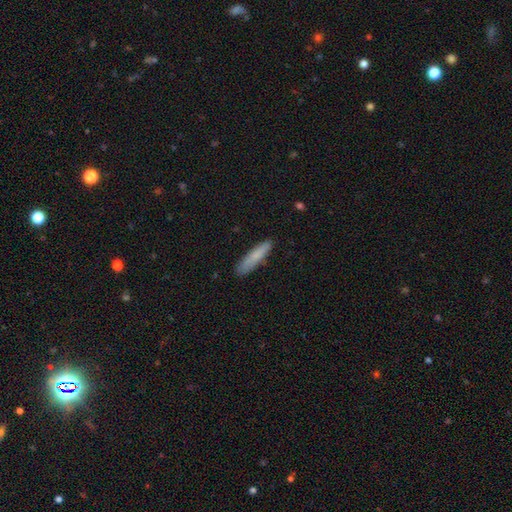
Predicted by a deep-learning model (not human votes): Smooth or featured?
  - smooth: 78% *
  - featured or disk: 15%
  - star or artifact: 6%
How rounded?
  - cigar-shaped: 86% *
  - in between: 13%
  - round: 1%
Merging?
  - none: 84% *
  - minor disturbance: 12%
  - major disturbance: 2%
  - merger: 1%